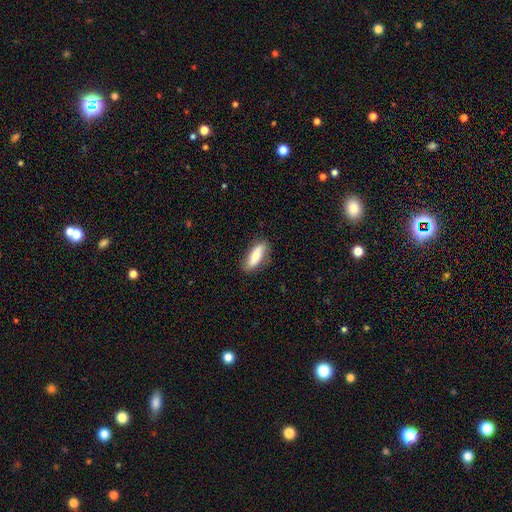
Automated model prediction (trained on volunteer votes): Smooth or featured?
  - smooth: 68% *
  - featured or disk: 26%
  - star or artifact: 6%
How rounded?
  - in between: 60% *
  - cigar-shaped: 37%
  - round: 2%
Merging?
  - none: 84% *
  - minor disturbance: 12%
  - major disturbance: 3%
  - merger: 1%